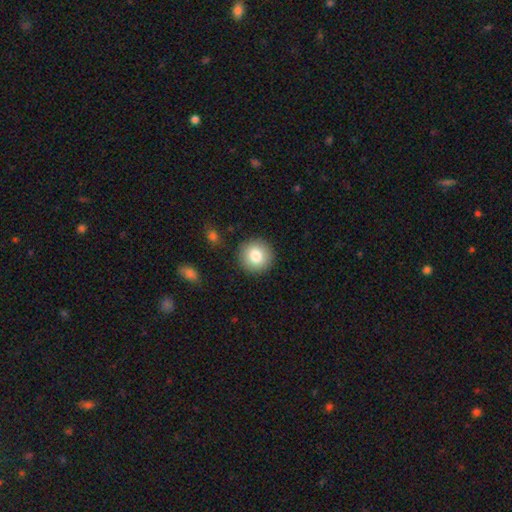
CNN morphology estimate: Smooth or featured? smooth (82%)
How rounded? round (94%)
Merging? none (90%)